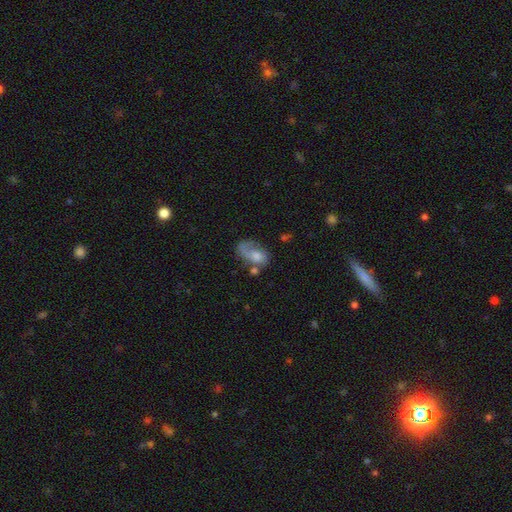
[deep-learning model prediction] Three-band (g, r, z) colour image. It shows a featured or disk galaxy (47%). Merging: none (36%).